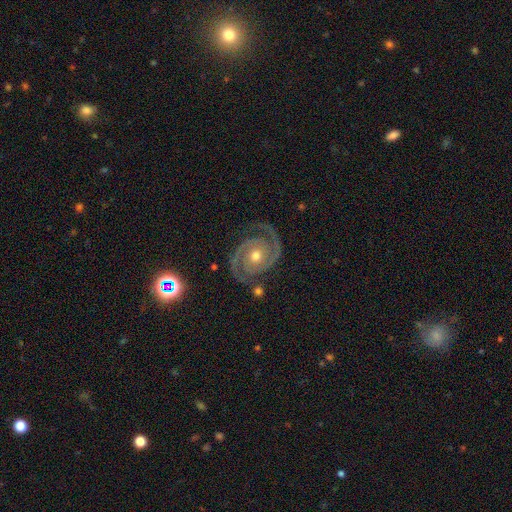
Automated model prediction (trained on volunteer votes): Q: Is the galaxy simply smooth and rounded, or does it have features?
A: featured or disk — 92%.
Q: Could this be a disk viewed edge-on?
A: no — 98%.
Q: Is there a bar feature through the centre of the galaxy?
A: no — 75%.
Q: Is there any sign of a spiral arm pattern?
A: yes — 99%.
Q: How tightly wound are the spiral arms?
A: tight — 61%.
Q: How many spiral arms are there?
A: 2 — 94%.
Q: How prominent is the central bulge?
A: moderate — 67%.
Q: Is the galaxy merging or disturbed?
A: none — 84%.